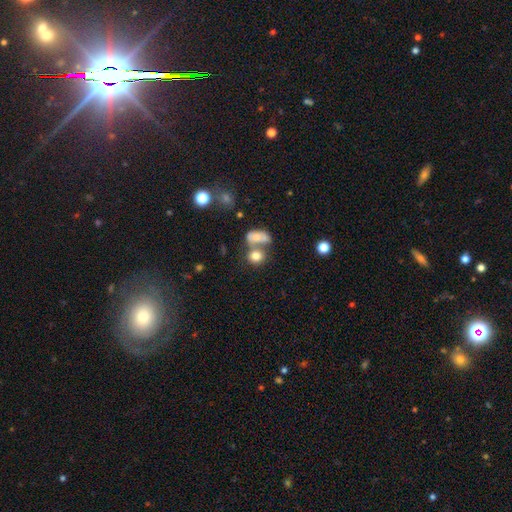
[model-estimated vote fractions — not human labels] Smooth or featured?
  - smooth: 79% *
  - star or artifact: 11%
  - featured or disk: 11%
How rounded?
  - round: 53% *
  - in between: 45%
  - cigar-shaped: 2%
Merging?
  - merger: 45% *
  - none: 38%
  - minor disturbance: 10%
  - major disturbance: 6%